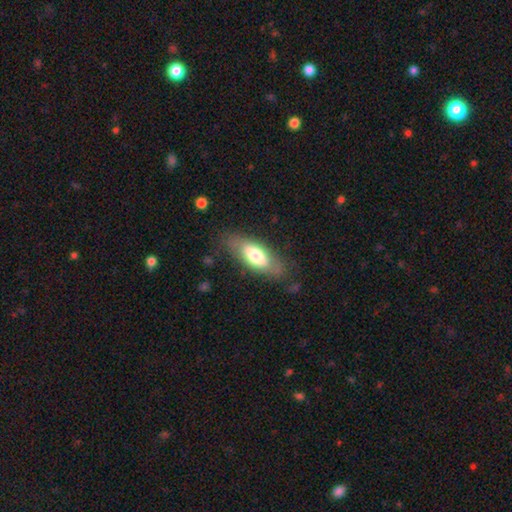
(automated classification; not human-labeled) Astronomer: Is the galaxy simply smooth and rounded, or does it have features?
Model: smooth — 65%.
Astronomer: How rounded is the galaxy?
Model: in between — 80%.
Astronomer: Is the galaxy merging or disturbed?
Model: none — 75%.